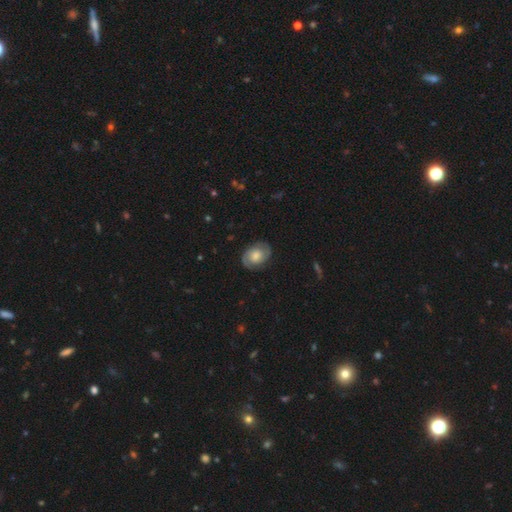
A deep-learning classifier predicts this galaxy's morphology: Q: Smooth or featured?
A: featured or disk (64%); runner-up: smooth (29%)
Q: Edge-on disk?
A: no (97%); runner-up: yes (3%)
Q: Bar?
A: no (69%); runner-up: weak (27%)
Q: Spiral arms?
A: yes (88%); runner-up: no (12%)
Q: Spiral winding?
A: tight (48%); runner-up: medium (39%)
Q: Spiral arm count?
A: 2 (84%); runner-up: can't tell (9%)
Q: Bulge size?
A: moderate (45%); runner-up: large (27%)
Q: Merging?
A: none (82%); runner-up: minor disturbance (13%)